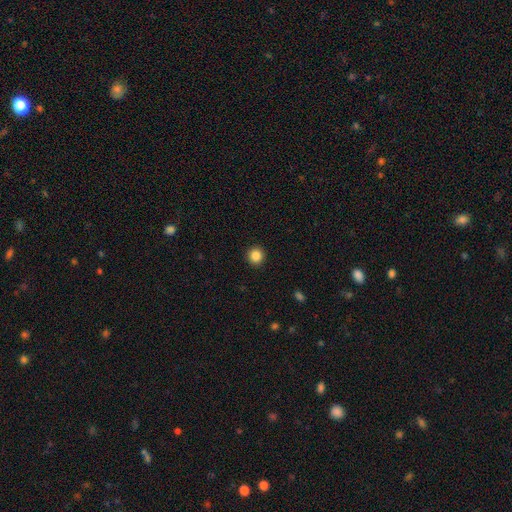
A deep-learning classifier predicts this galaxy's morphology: The model was most divided on "smooth or featured": smooth: 86%, star or artifact: 11%, featured or disk: 4%. More confident: how rounded — round (94%); merging — none (93%).